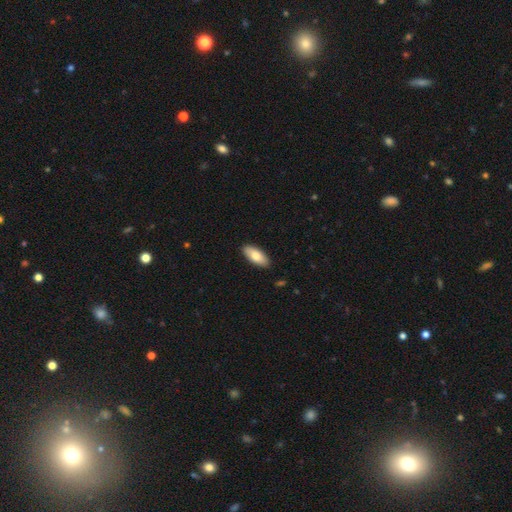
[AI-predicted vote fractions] The model was most divided on "smooth or featured": smooth: 77%, featured or disk: 17%, star or artifact: 6%. More confident: merging — none (90%); how rounded — in between (87%).